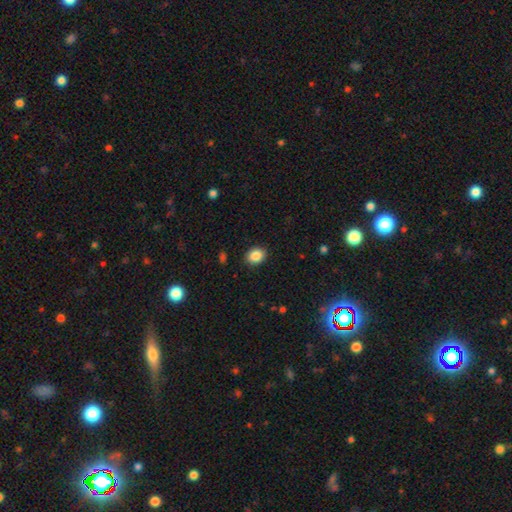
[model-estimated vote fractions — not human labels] This appears to be a smooth galaxy with no disk features (87%) that is in between round and cigar-shaped (50%). Merging: none (89%).